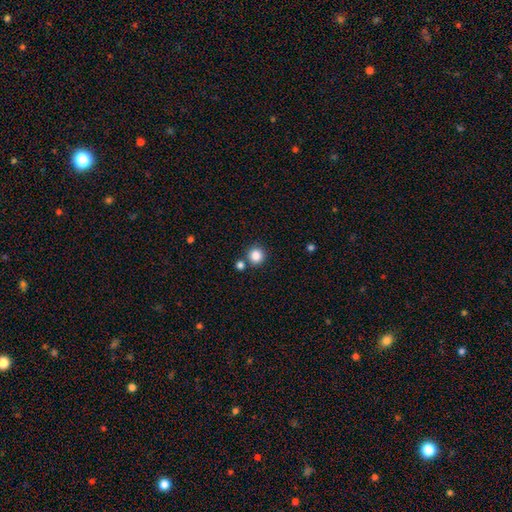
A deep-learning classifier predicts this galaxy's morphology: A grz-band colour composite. It shows a smooth galaxy with no disk features (86%) that is round (94%). Merging: none (81%).